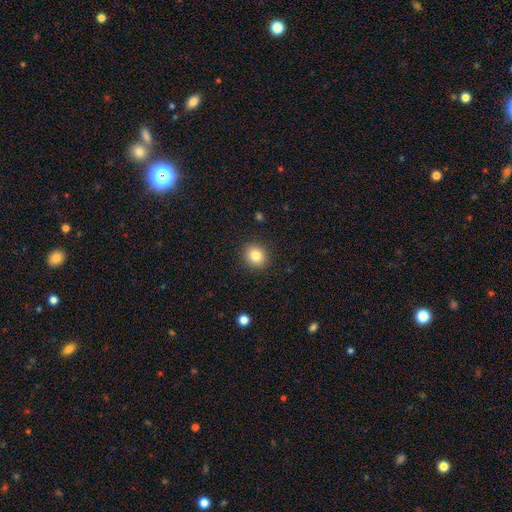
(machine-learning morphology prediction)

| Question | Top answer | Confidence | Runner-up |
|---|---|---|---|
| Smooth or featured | smooth | 83% | star or artifact (10%) |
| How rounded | round | 75% | in between (24%) |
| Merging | none | 90% | minor disturbance (7%) |